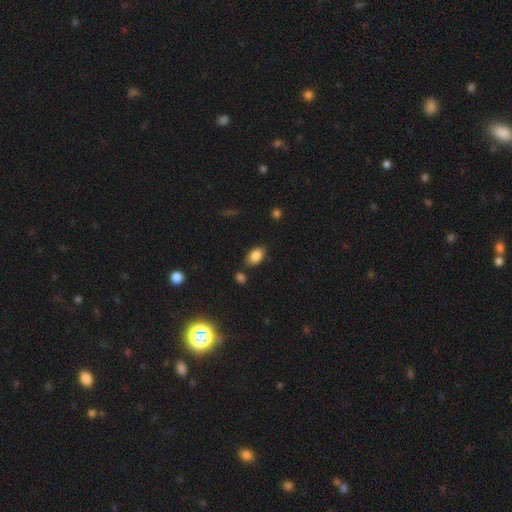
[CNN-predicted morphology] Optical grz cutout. It shows a smooth galaxy with no disk features (84%) that is in between round and cigar-shaped (89%). Merging: none (78%).